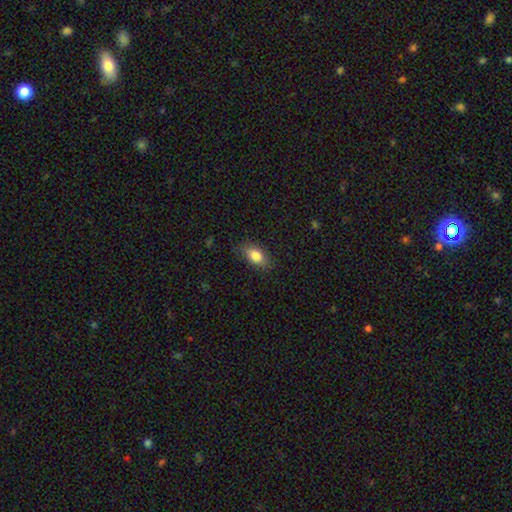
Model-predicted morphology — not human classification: Smooth or featured?
  - smooth: 83% *
  - featured or disk: 10%
  - star or artifact: 8%
How rounded?
  - in between: 87% *
  - round: 8%
  - cigar-shaped: 5%
Merging?
  - none: 81% *
  - minor disturbance: 14%
  - major disturbance: 3%
  - merger: 1%